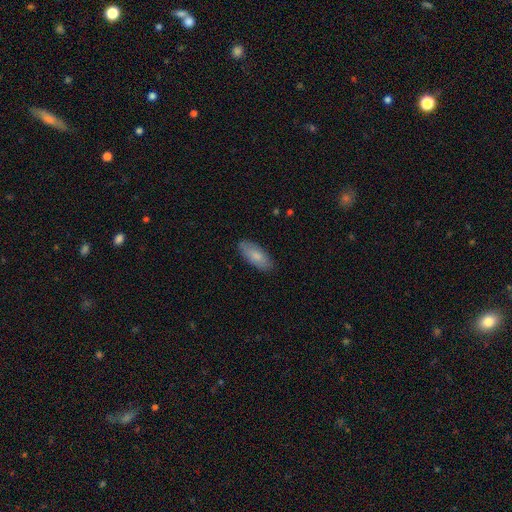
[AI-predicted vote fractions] A smooth galaxy with no disk features (80%) that is in between round and cigar-shaped (83%).

Vote fractions:
- Smooth or featured? smooth: 80% / featured or disk: 14% / star or artifact: 6%
- How rounded? in between: 83% / cigar-shaped: 15% / round: 2%
- Merging? none: 85% / minor disturbance: 12% / major disturbance: 2% / merger: 1%